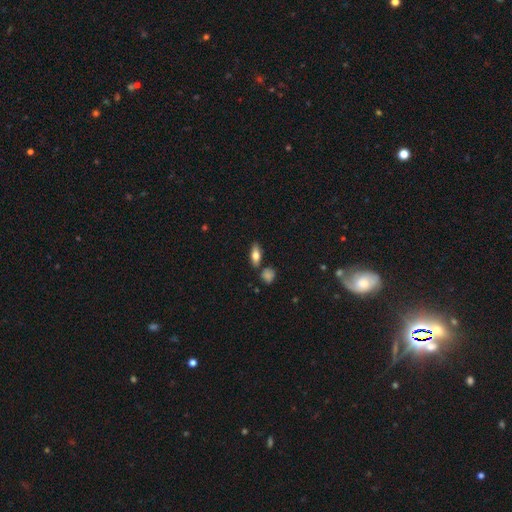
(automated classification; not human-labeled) smooth-or-featured: smooth: 72% | featured or disk: 21% | star or artifact: 7%
  how-rounded: in between: 74% | cigar-shaped: 21% | round: 5%
  merging: none: 78% | minor disturbance: 12% | merger: 7% | major disturbance: 3%